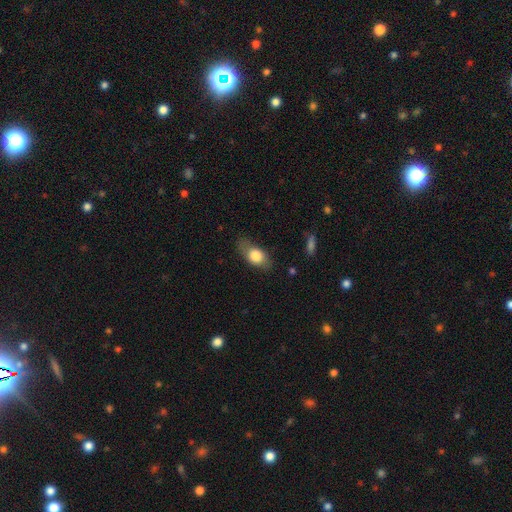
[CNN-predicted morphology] This appears to be a smooth galaxy with no disk features (73%) that is in between round and cigar-shaped (83%). Merging: none (68%).